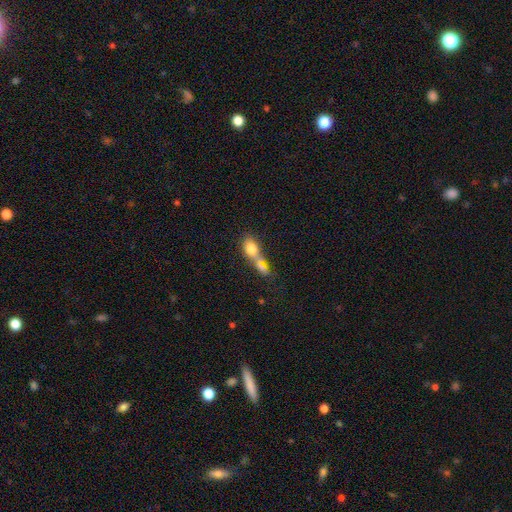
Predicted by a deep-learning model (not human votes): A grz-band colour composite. It shows a smooth galaxy with no disk features (64%) that is in between round and cigar-shaped (48%). Merging: merger (63%).